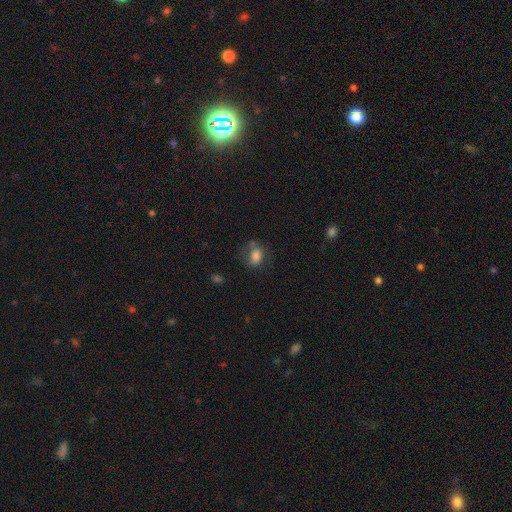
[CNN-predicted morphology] This is likely a smooth galaxy (74%). How rounded: likely in between (74%). Merging: possibly none (49%).